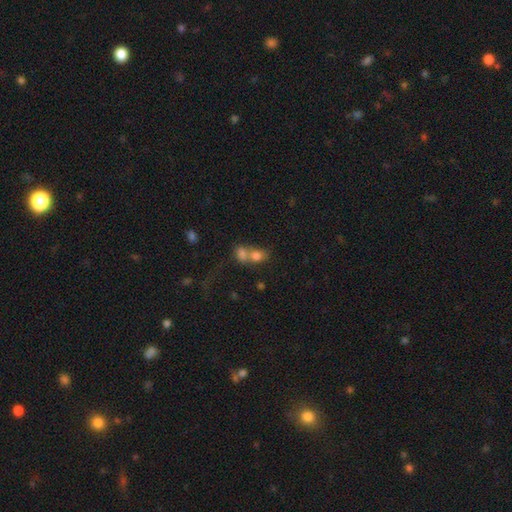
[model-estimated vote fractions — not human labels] Overall: smooth (75%). How rounded: round (52%; in between 47%). Merging: merger (70%).